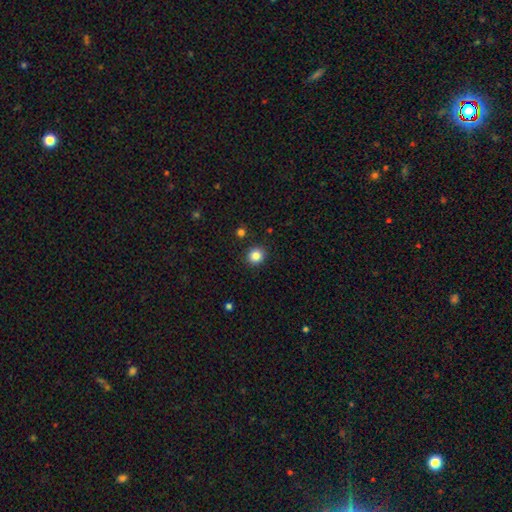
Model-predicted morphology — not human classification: type=smooth (84%); roundness=round (88%); merging=none (90%).